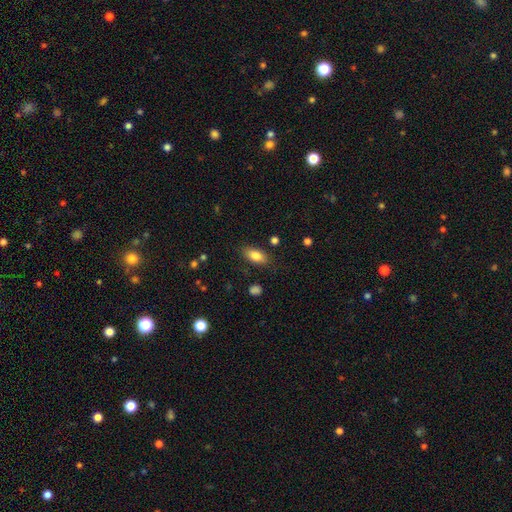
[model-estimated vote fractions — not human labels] smooth 82%, featured or disk 11%, star or artifact 8%. Down the decision tree: how rounded — in between (88%); merging — none (82%).